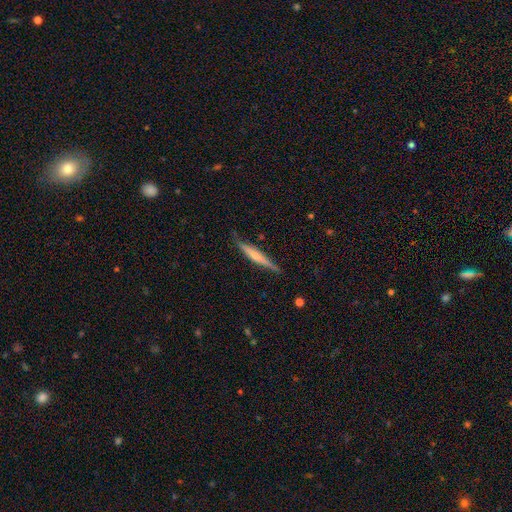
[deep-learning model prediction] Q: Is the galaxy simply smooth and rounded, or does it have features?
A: featured or disk — 60%.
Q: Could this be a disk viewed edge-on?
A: yes — 97%.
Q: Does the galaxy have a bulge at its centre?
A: rounded — 60%.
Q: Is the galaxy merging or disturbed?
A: none — 84%.